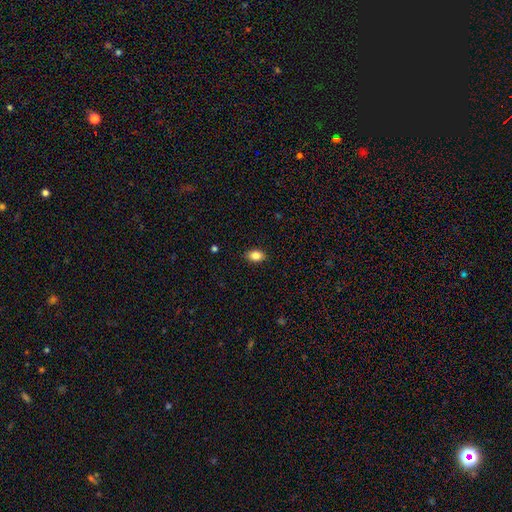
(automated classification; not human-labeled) This is clearly a smooth galaxy (85%). How rounded: clearly in between (84%). Merging: clearly none (89%).